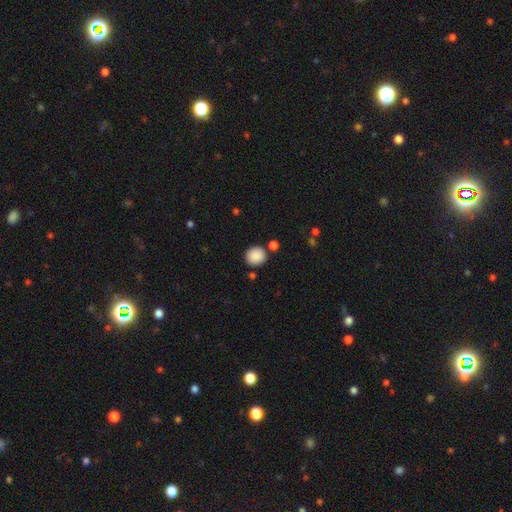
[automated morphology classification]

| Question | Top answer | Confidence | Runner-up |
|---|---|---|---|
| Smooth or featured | smooth | 88% | star or artifact (8%) |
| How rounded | round | 82% | in between (17%) |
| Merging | none | 80% | minor disturbance (10%) |